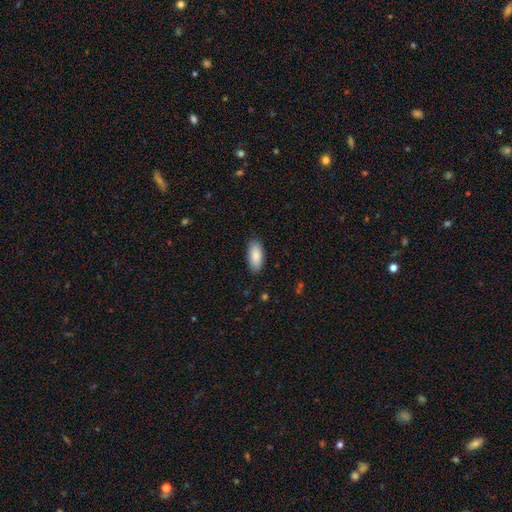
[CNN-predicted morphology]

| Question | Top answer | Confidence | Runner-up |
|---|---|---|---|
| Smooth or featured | smooth | 86% | featured or disk (8%) |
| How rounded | in between | 89% | cigar-shaped (9%) |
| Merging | none | 85% | minor disturbance (12%) |